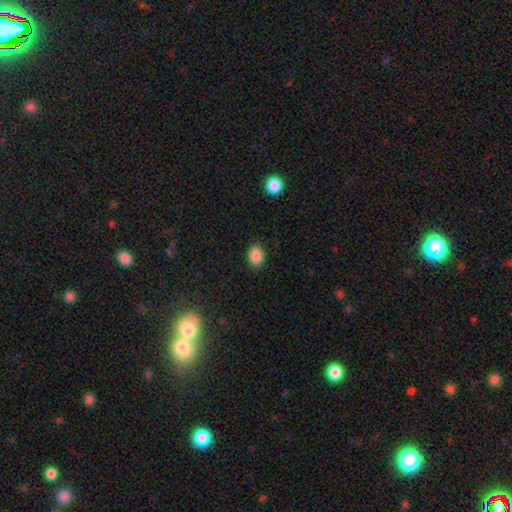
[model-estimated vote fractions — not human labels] smooth_or_featured: smooth (p=0.88) [alt: star or artifact p=0.09]
how_rounded: in between (p=0.64) [alt: round p=0.35]
merging: none (p=0.88) [alt: minor disturbance p=0.08]